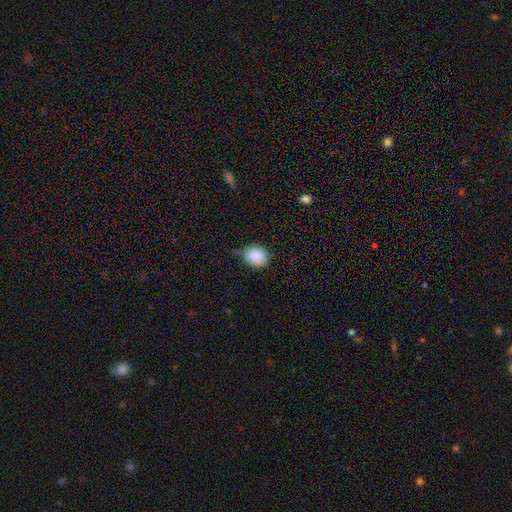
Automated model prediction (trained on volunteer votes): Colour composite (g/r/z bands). It shows a smooth galaxy with no disk features (85%) that is round (73%). Merging: none (62%).